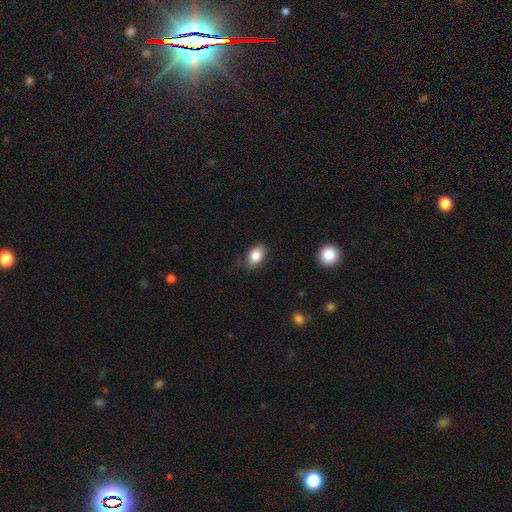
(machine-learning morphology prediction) smooth-or-featured: smooth: 85% | star or artifact: 8% | featured or disk: 7%
  how-rounded: in between: 78% | round: 21% | cigar-shaped: 1%
  merging: none: 79% | minor disturbance: 16% | major disturbance: 3% | merger: 1%